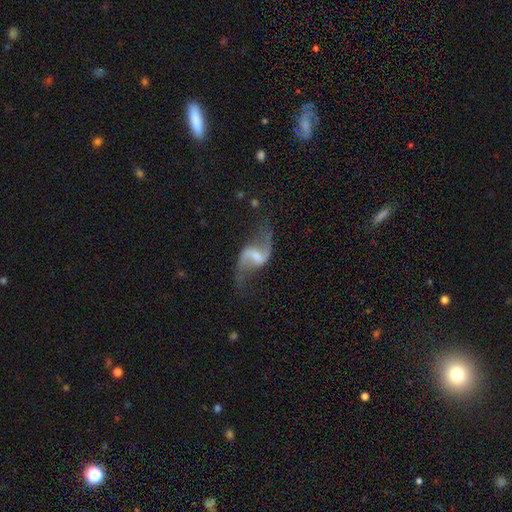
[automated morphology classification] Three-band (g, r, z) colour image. It shows a featured or disk galaxy (90%) with a weak bar (49%), 2 (94%) loose (86%) spiral arms (96%) and a small central bulge (57%). Merging: none (75%).